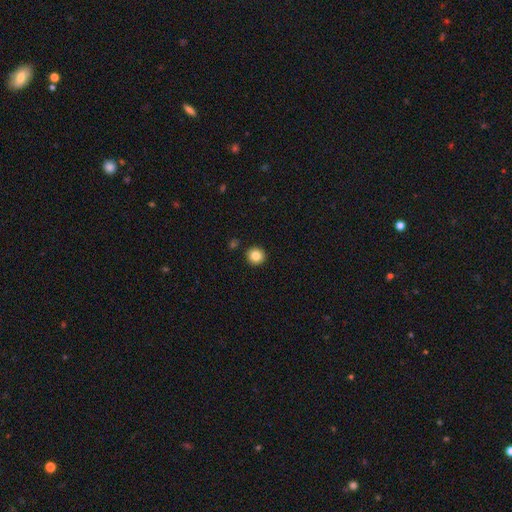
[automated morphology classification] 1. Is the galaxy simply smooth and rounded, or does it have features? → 84% smooth, 10% star or artifact, 6% featured or disk.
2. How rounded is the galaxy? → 94% round, 5% in between, 1% cigar-shaped.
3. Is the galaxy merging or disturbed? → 92% none, 5% minor disturbance, 2% merger, 1% major disturbance.